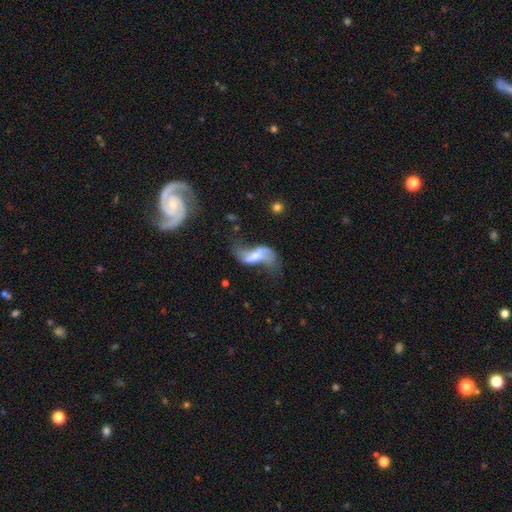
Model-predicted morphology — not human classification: Overall: featured or disk (76%). Edge-on disk: no (93%). Bar: weak (41%; no 31%). Spiral arms: yes (87%). Spiral arm count: 2 (91%). Spiral winding: loose (89%). Bulge size: moderate (42%; small 37%). Merging: none (47%; major disturbance 24%).